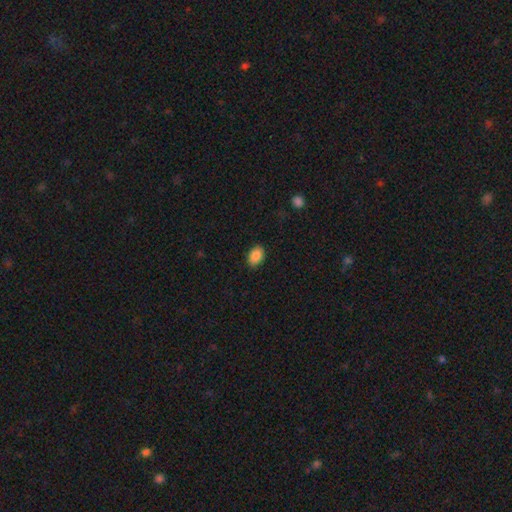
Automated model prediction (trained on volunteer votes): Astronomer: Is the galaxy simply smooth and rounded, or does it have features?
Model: smooth — 87%.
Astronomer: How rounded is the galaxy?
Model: in between — 84%.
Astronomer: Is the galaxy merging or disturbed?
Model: none — 87%.